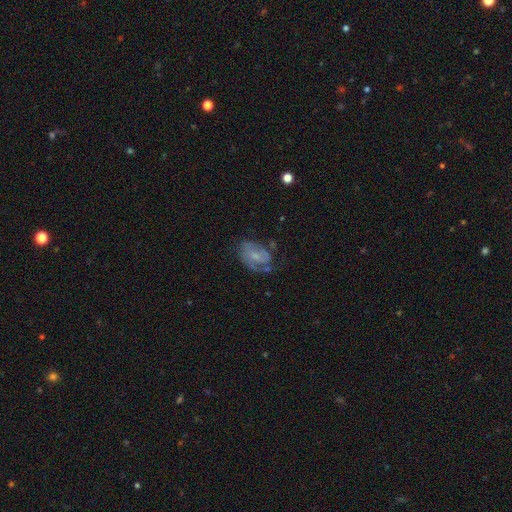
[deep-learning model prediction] Overall: featured or disk (73%). Edge-on disk: no (97%). Bar: no (49%; weak 42%). Spiral arms: yes (86%). Spiral arm count: 2 (53%; can't tell 21%). Spiral winding: medium (42%; tight 41%). Bulge size: small (56%; moderate 31%). Merging: none (52%; minor disturbance 25%).